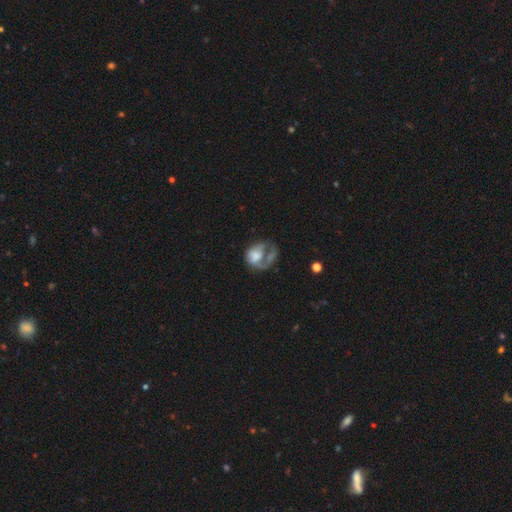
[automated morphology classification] Overall: featured or disk (50%; smooth 42%). Merging: major disturbance (48%; none 23%).